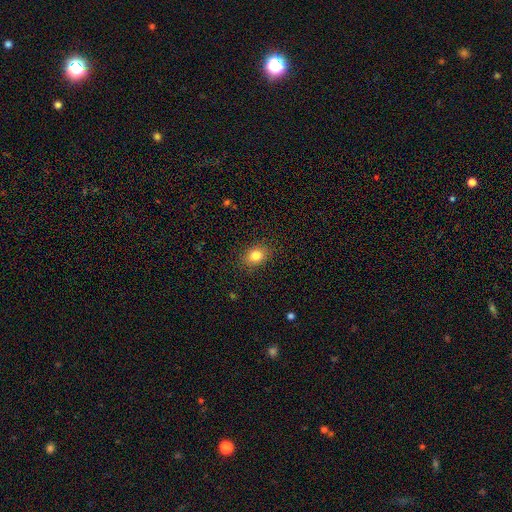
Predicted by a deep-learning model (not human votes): smooth-or-featured: smooth: 81% | star or artifact: 11% | featured or disk: 8%
  how-rounded: in between: 62% | round: 37% | cigar-shaped: 1%
  merging: none: 87% | minor disturbance: 9% | major disturbance: 3% | merger: 1%